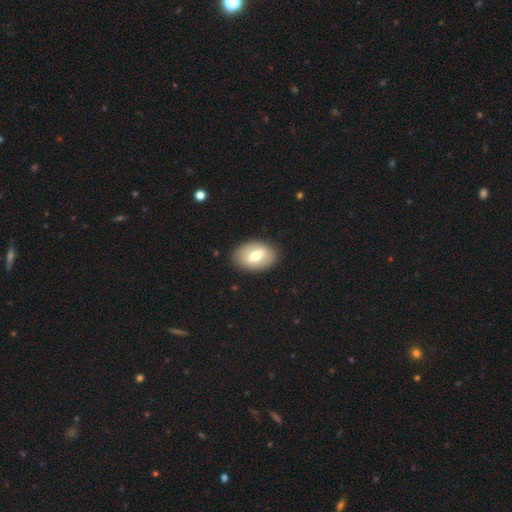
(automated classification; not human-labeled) smooth_or_featured: smooth (p=0.56) [alt: featured or disk p=0.37]
how_rounded: in between (p=0.86) [alt: round p=0.13]
merging: none (p=0.86) [alt: minor disturbance p=0.10]